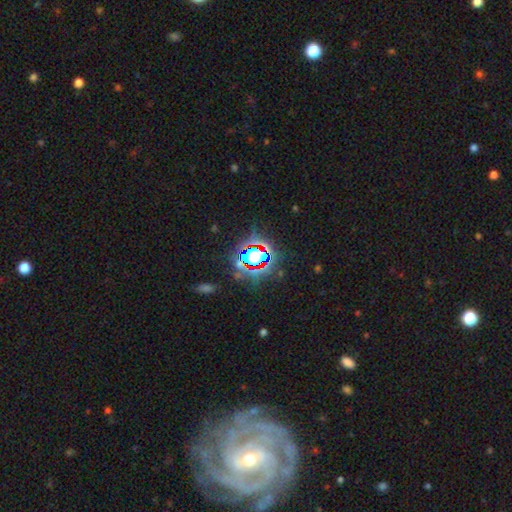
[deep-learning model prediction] This appears to be a star or artifact, not a galaxy (75%).